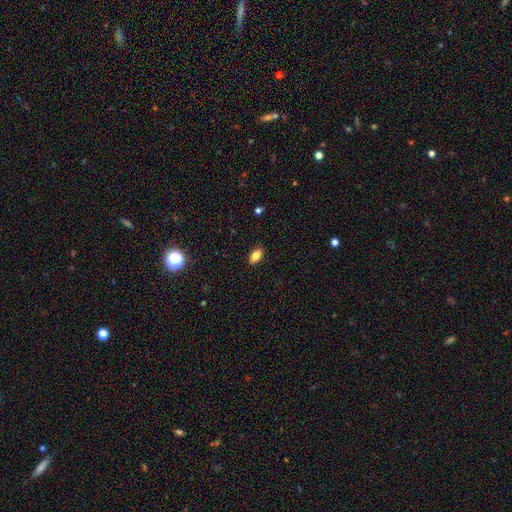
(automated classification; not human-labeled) Q: Smooth or featured?
A: smooth (82%); runner-up: featured or disk (9%)
Q: How rounded?
A: in between (91%); runner-up: round (6%)
Q: Merging?
A: none (89%); runner-up: minor disturbance (9%)